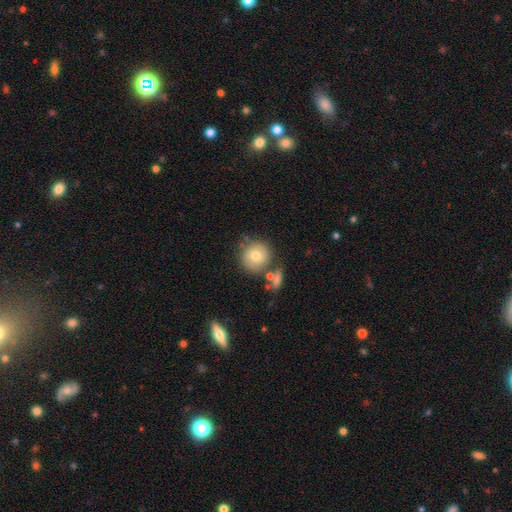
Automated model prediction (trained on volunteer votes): Smooth or featured: smooth — 76% (featured or disk — 16%)
How rounded: round — 92% (in between — 7%)
Merging: none — 68% (merger — 14%)